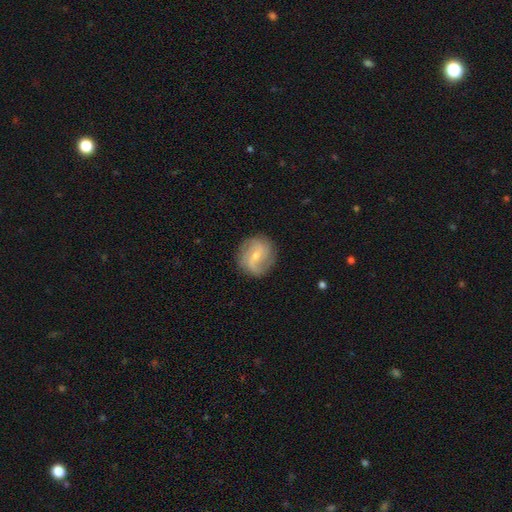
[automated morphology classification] A featured or disk galaxy (75%) with a weak bar (52%), 2 (60%) loose (40%, tied with medium) spiral arms (92%) and a small central bulge (64%). Merging: none (83%).